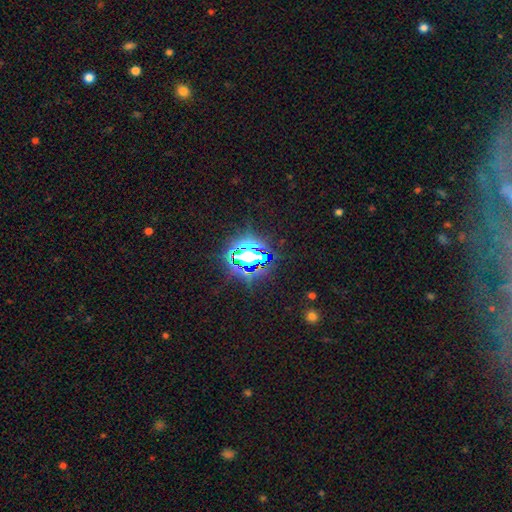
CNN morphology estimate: Smooth or featured?
  - star or artifact: 73% *
  - smooth: 17%
  - featured or disk: 11%